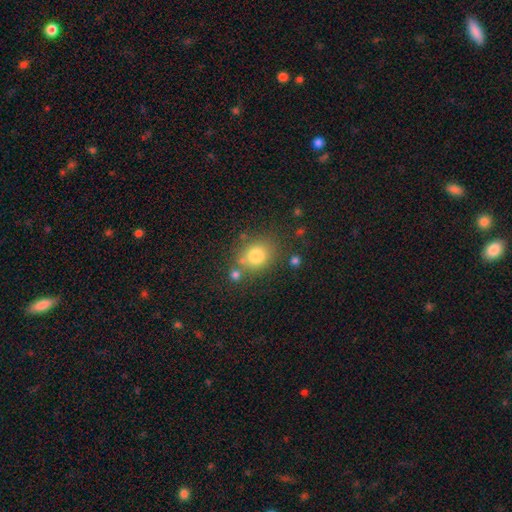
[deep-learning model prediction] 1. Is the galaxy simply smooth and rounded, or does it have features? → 78% smooth, 12% star or artifact, 10% featured or disk.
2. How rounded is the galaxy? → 67% round, 32% in between, 1% cigar-shaped.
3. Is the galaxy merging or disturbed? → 68% none, 14% merger, 13% minor disturbance, 5% major disturbance.